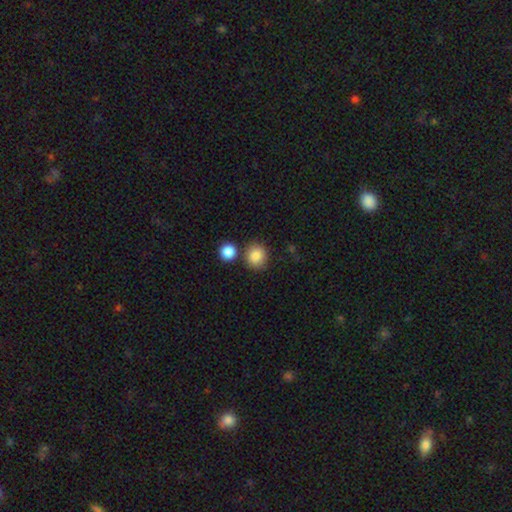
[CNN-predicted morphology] A smooth galaxy with no disk features (86%) that is round (82%).

Vote fractions:
- Smooth or featured? smooth: 86% / star or artifact: 9% / featured or disk: 5%
- How rounded? round: 82% / in between: 17% / cigar-shaped: 1%
- Merging? none: 75% / merger: 13% / minor disturbance: 10% / major disturbance: 3%